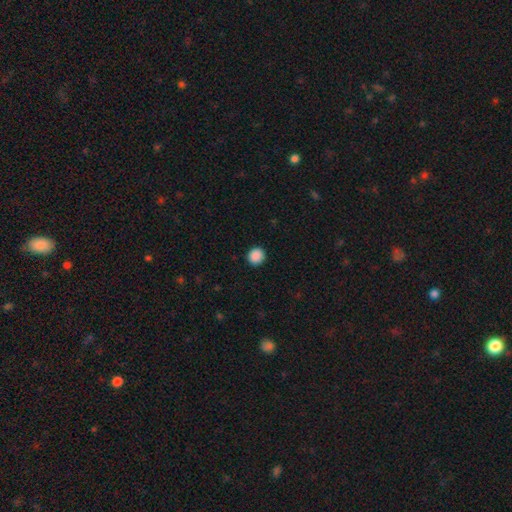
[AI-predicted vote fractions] Smooth or featured?
  - smooth: 89% *
  - star or artifact: 9%
  - featured or disk: 2%
How rounded?
  - round: 90% *
  - in between: 9%
  - cigar-shaped: 1%
Merging?
  - none: 92% *
  - minor disturbance: 5%
  - major disturbance: 2%
  - merger: 1%